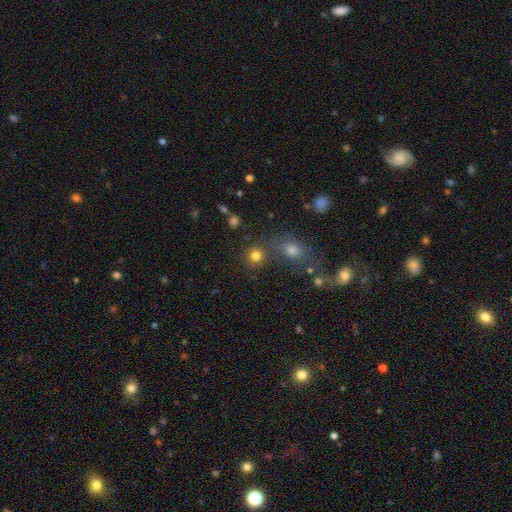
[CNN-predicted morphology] Q: Smooth or featured?
A: smooth (79%); runner-up: star or artifact (14%)
Q: How rounded?
A: round (88%); runner-up: in between (11%)
Q: Merging?
A: none (69%); runner-up: merger (17%)